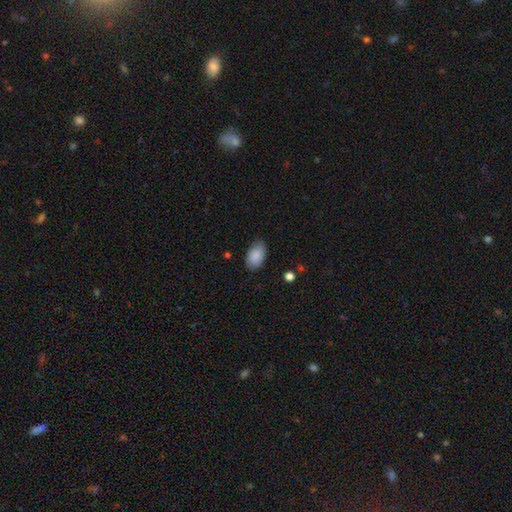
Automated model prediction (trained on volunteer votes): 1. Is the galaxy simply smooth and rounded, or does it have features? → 88% smooth, 6% star or artifact, 6% featured or disk.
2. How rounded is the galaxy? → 93% in between, 6% round, 1% cigar-shaped.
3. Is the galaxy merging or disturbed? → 79% none, 17% minor disturbance, 3% major disturbance, 1% merger.